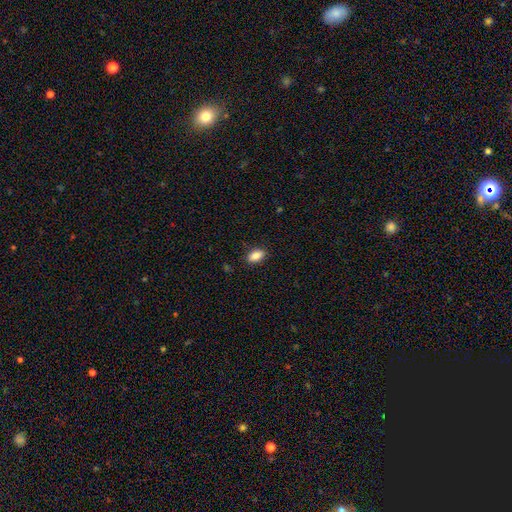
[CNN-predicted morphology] smooth_or_featured: smooth (p=0.87) [alt: star or artifact p=0.08]
how_rounded: in between (p=0.90) [alt: round p=0.05]
merging: none (p=0.87) [alt: minor disturbance p=0.10]